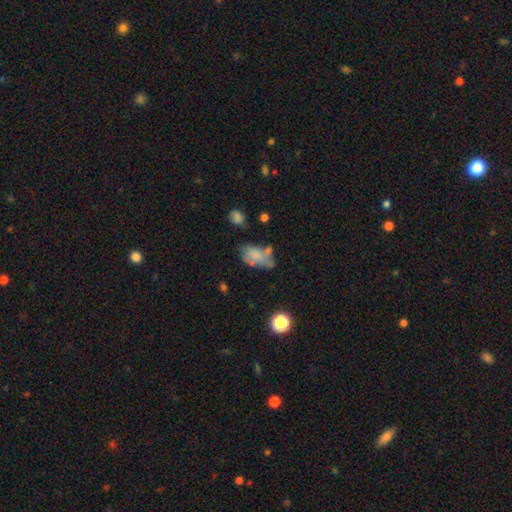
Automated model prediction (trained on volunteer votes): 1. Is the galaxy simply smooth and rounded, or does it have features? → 66% smooth, 23% featured or disk, 10% star or artifact.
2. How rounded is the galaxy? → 90% in between, 8% round, 3% cigar-shaped.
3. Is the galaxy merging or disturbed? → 34% none, 28% minor disturbance, 20% merger, 19% major disturbance.